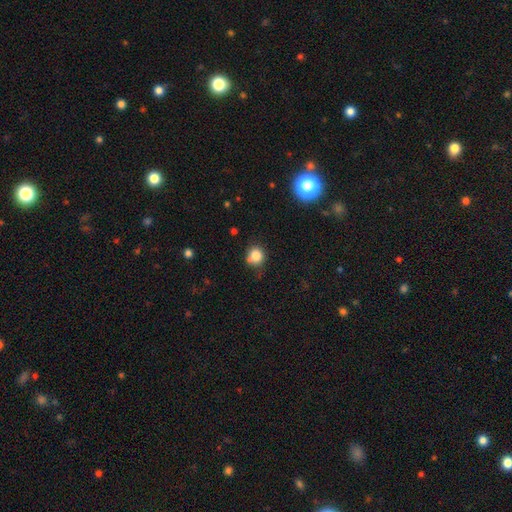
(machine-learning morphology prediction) A smooth galaxy with no disk features (82%) that is round (85%). Merging: none (67%).